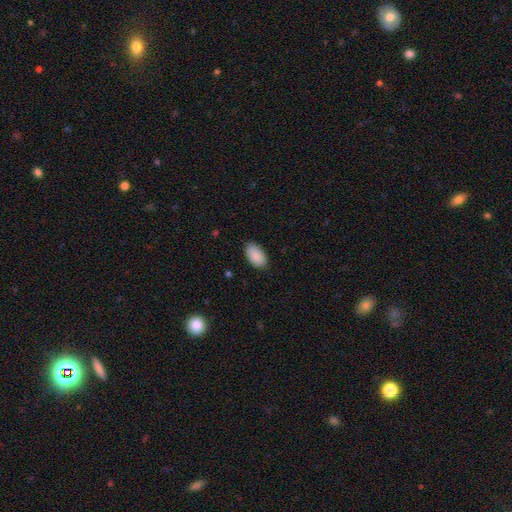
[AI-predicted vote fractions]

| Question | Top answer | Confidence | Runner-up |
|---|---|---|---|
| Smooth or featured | smooth | 90% | star or artifact (6%) |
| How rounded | in between | 95% | round (3%) |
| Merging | none | 87% | minor disturbance (10%) |